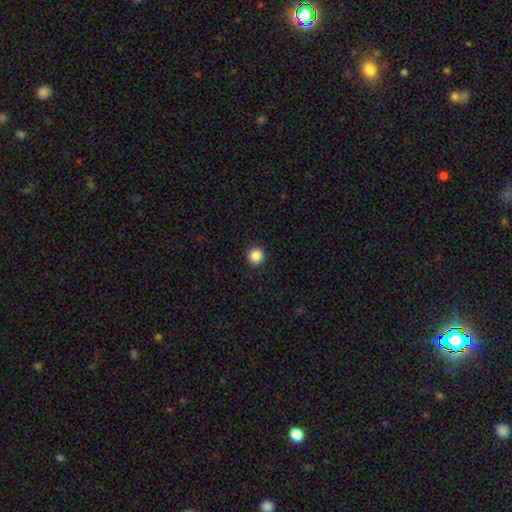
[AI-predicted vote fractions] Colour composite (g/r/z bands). It shows a smooth galaxy with no disk features (86%) that is round (95%). Merging: none (93%).